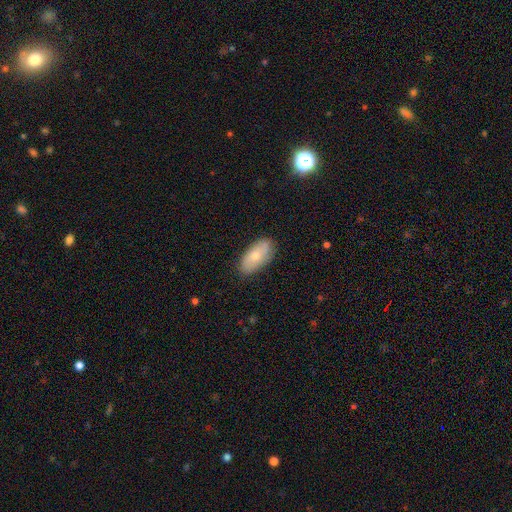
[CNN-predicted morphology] Smooth or featured? smooth (69%)
How rounded? in between (91%)
Merging? none (83%)